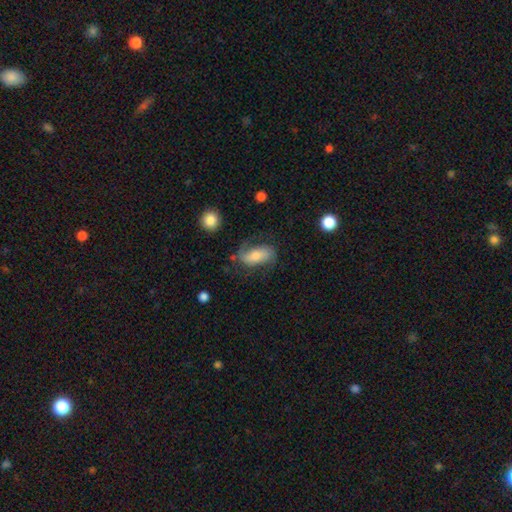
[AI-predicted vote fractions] Smooth or featured?
  - featured or disk: 50% *
  - smooth: 42%
  - star or artifact: 8%
Merging?
  - none: 58% *
  - minor disturbance: 23%
  - major disturbance: 17%
  - merger: 3%